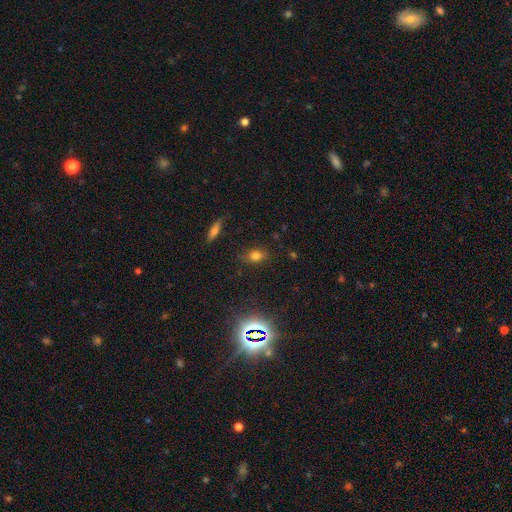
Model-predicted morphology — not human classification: smooth_or_featured: smooth (p=0.73) [alt: star or artifact p=0.18]
how_rounded: in between (p=0.65) [alt: round p=0.31]
merging: none (p=0.80) [alt: minor disturbance p=0.14]